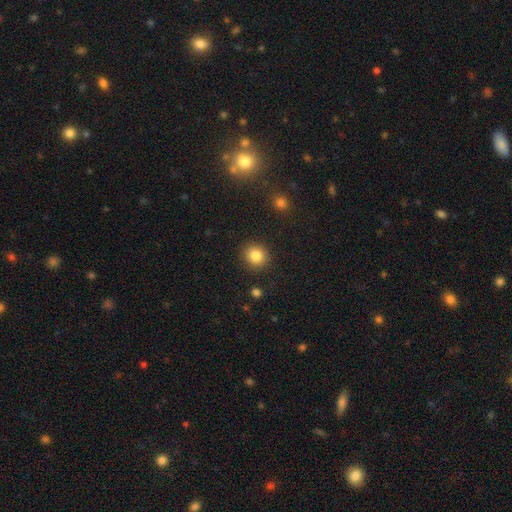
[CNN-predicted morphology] Smooth or featured? smooth (85%)
How rounded? round (87%)
Merging? none (89%)